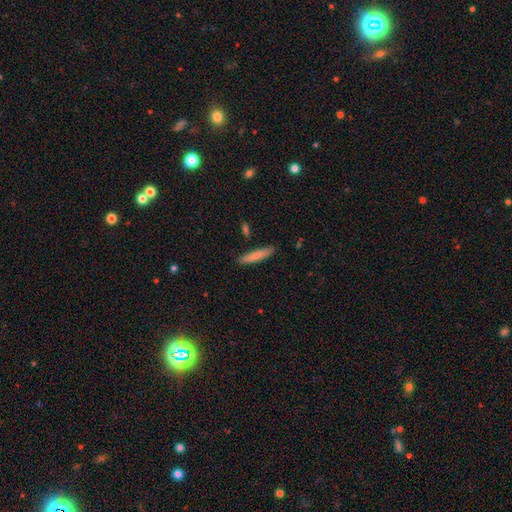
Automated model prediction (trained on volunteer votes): This appears to be a smooth galaxy with no disk features (79%) that is cigar-shaped (91%). Merging: none (88%).